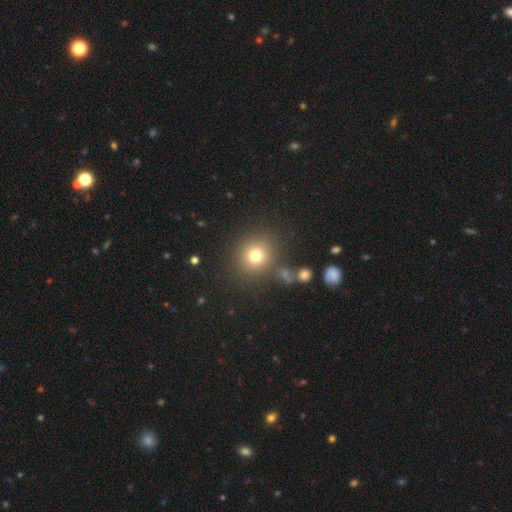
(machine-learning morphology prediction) Smooth or featured? Predicted: smooth (p=0.75). How rounded? Predicted: round (p=0.86). Merging? Predicted: none (p=0.81).